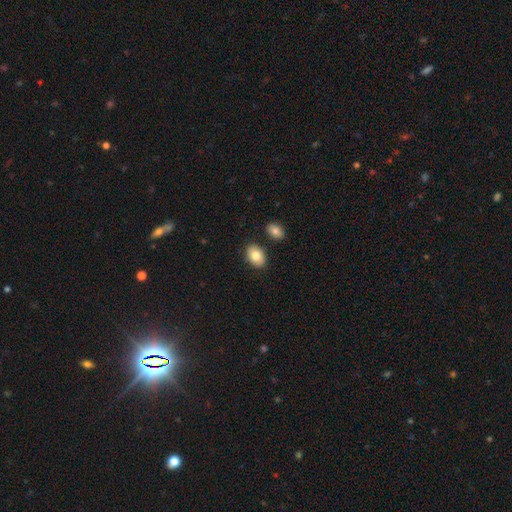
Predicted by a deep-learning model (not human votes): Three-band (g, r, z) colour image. It shows a smooth galaxy with no disk features (82%) that is in between round and cigar-shaped (84%). Merging: none (83%).